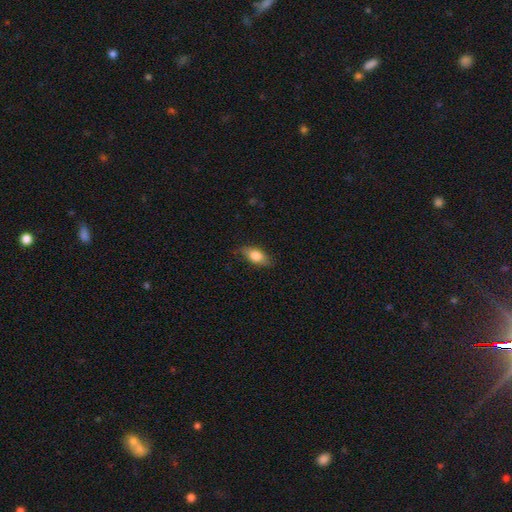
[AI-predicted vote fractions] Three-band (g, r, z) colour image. It shows a smooth galaxy with no disk features (78%) that is in between round and cigar-shaped (85%). Merging: none (76%).